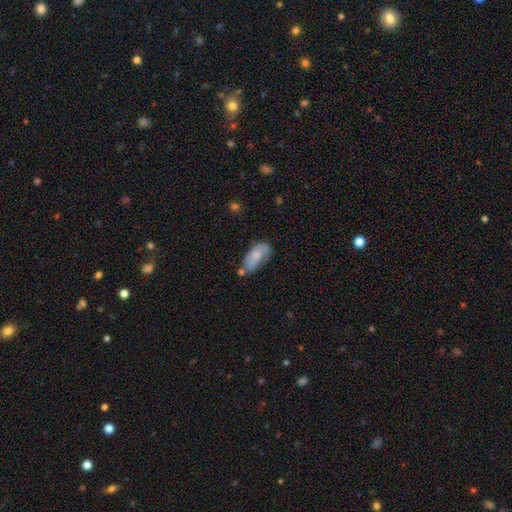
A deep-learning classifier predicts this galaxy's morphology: smooth-or-featured: smooth: 70% | featured or disk: 23% | star or artifact: 7%
  how-rounded: in between: 88% | cigar-shaped: 9% | round: 3%
  merging: none: 42% | minor disturbance: 31% | merger: 14% | major disturbance: 12%